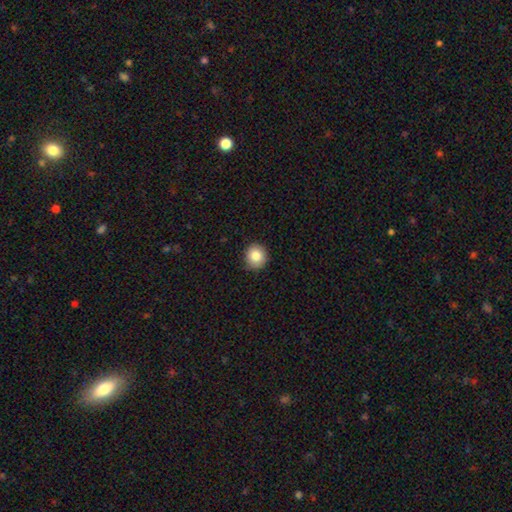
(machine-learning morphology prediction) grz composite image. It shows a smooth galaxy with no disk features (83%) that is round (87%). Merging: none (88%).